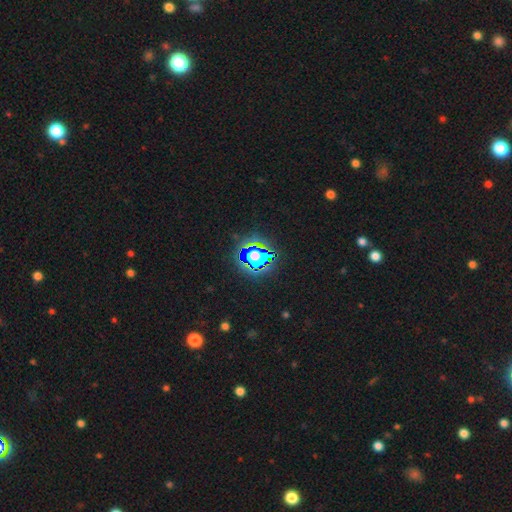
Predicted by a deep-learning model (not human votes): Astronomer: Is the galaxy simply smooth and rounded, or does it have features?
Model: star or artifact — 57%.